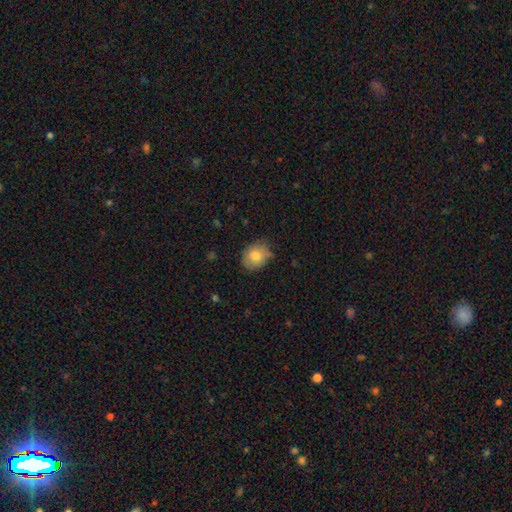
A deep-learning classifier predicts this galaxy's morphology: Smooth or featured: smooth — 81% (featured or disk — 11%)
How rounded: in between — 55% (round — 44%)
Merging: none — 74% (minor disturbance — 21%)